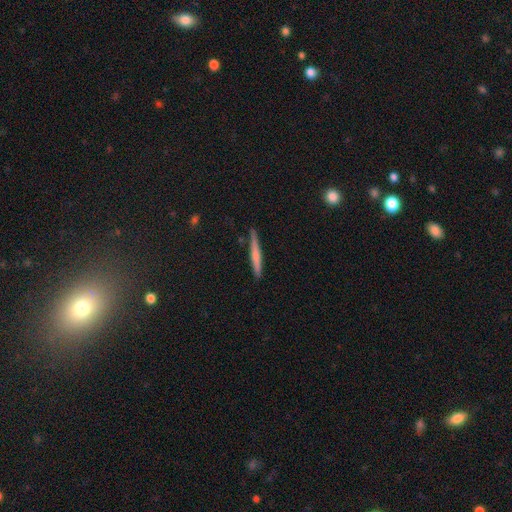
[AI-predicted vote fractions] A smooth galaxy with no disk features (54%) that is cigar-shaped (96%).

Vote fractions:
- Smooth or featured? smooth: 54% / featured or disk: 40% / star or artifact: 6%
- How rounded? cigar-shaped: 96% / in between: 3% / round: 1%
- Merging? none: 86% / minor disturbance: 10% / major disturbance: 2% / merger: 2%